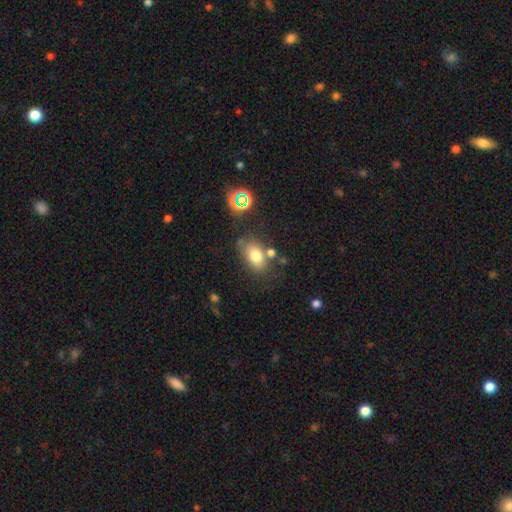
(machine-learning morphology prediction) Smooth or featured? smooth (75%)
How rounded? in between (81%)
Merging? none (66%)